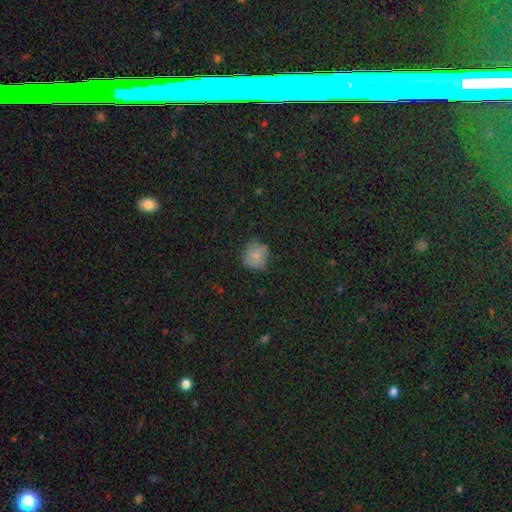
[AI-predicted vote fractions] Smooth or featured: smooth — 73% (star or artifact — 14%)
How rounded: round — 81% (in between — 18%)
Merging: none — 64% (minor disturbance — 26%)